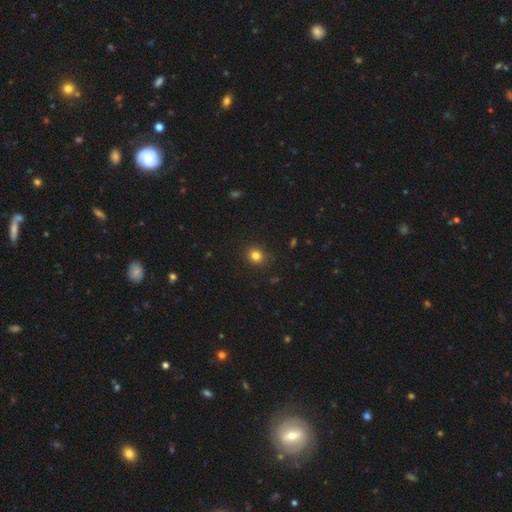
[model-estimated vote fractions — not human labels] Q: Smooth or featured?
A: smooth (82%); runner-up: star or artifact (13%)
Q: How rounded?
A: round (80%); runner-up: in between (19%)
Q: Merging?
A: none (89%); runner-up: minor disturbance (7%)